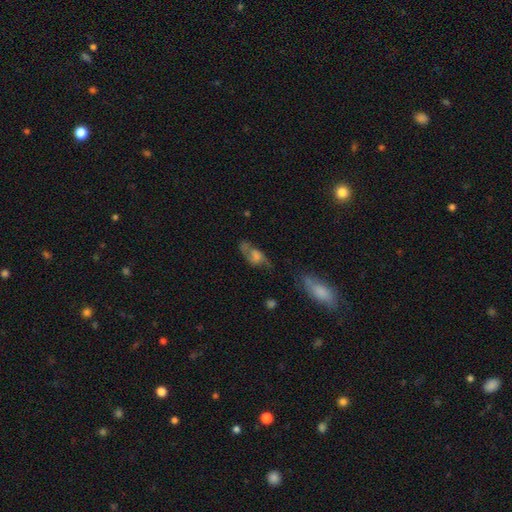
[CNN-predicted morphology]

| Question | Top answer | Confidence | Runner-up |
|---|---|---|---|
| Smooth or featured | featured or disk | 52% | smooth (34%) |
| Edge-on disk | no | 86% | yes (14%) |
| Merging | none | 49% | minor disturbance (22%) |